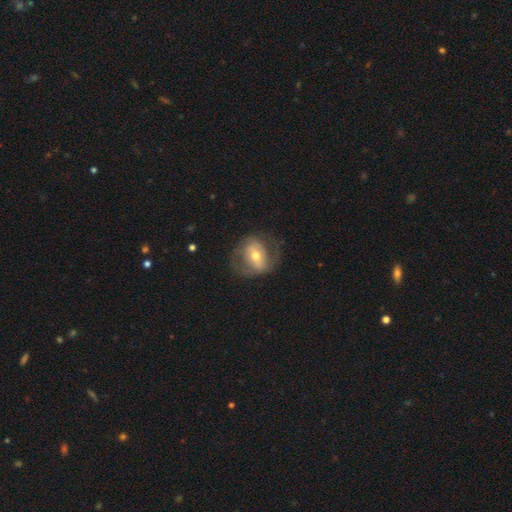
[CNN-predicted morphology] featured or disk 54%, smooth 39%, star or artifact 7%. Down the decision tree: edge-on disk — no (94%); bar — no (37%); spiral arms — yes (55%); bulge size — moderate (66%); merging — none (62%).